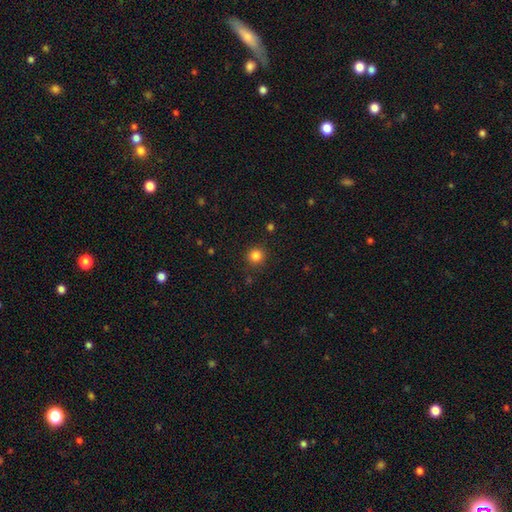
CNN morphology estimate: Smooth or featured? smooth (83%)
How rounded? round (94%)
Merging? none (90%)